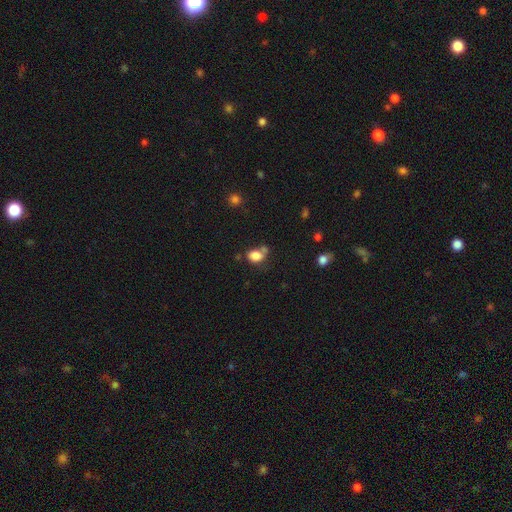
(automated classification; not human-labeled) This is clearly a smooth galaxy (82%). How rounded: likely in between (69%). Merging: possibly none (50%).